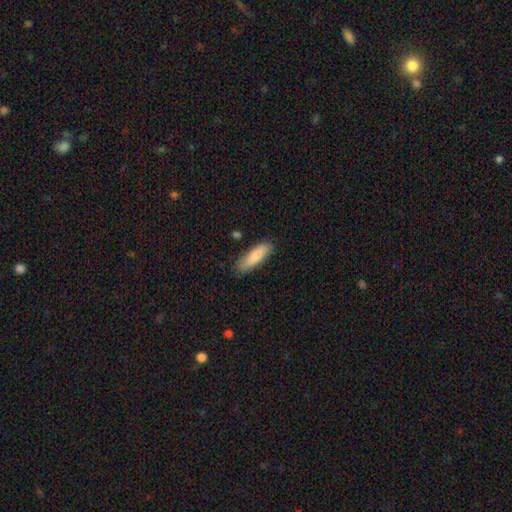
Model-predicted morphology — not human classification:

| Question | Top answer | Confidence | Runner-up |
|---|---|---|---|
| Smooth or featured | smooth | 82% | featured or disk (12%) |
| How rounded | cigar-shaped | 55% | in between (43%) |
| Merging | none | 80% | minor disturbance (16%) |